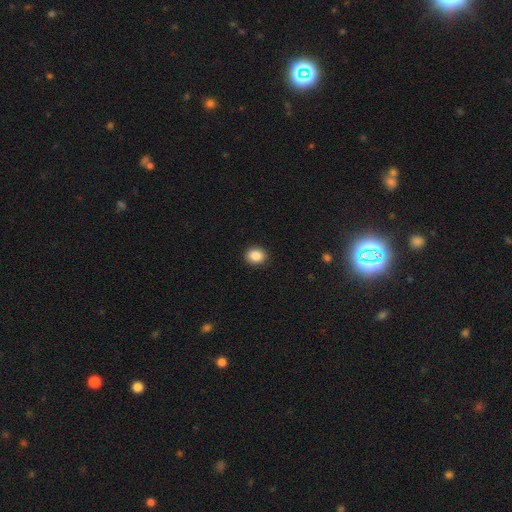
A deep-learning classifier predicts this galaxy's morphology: A smooth galaxy with no disk features (87%) that is round (65%). Merging: none (92%).